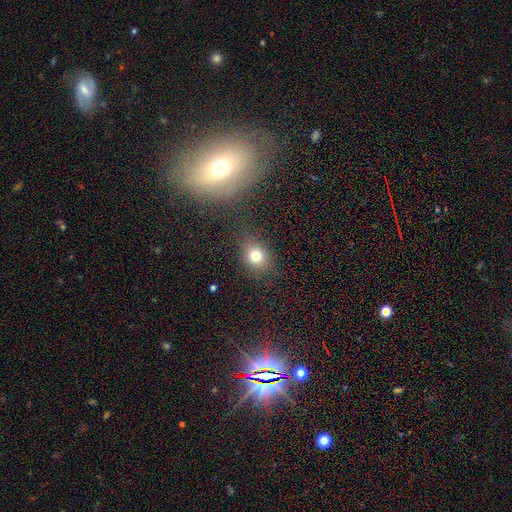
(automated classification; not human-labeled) smooth 77%, star or artifact 15%, featured or disk 8%. Down the decision tree: how rounded — round (67%); merging — none (79%).